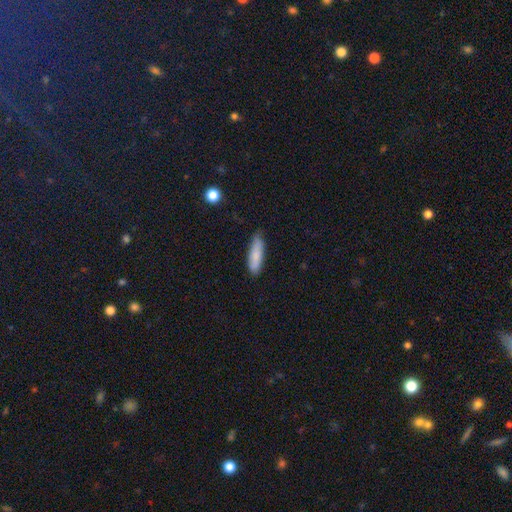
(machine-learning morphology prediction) A smooth galaxy with no disk features (82%) that is cigar-shaped (64%). Merging: none (74%).